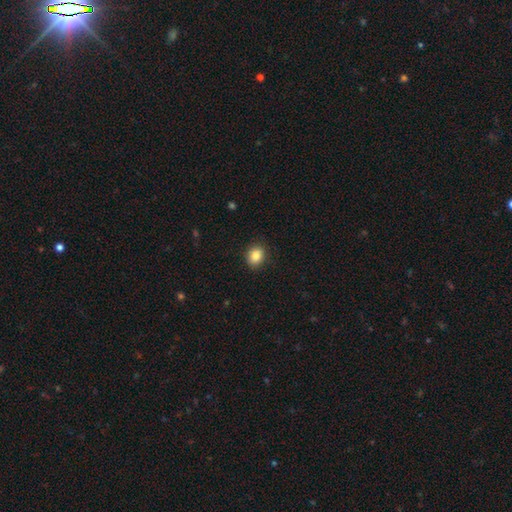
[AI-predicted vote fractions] Q: Smooth or featured?
A: smooth (85%); runner-up: star or artifact (9%)
Q: How rounded?
A: round (58%); runner-up: in between (41%)
Q: Merging?
A: none (89%); runner-up: minor disturbance (8%)